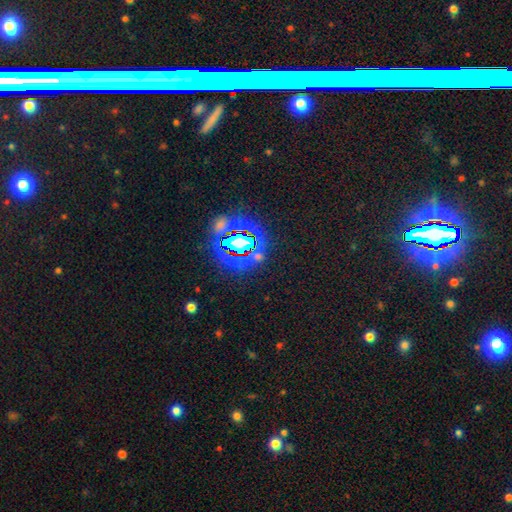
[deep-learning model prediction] smooth_or_featured: star or artifact (p=0.78) [alt: smooth p=0.14]